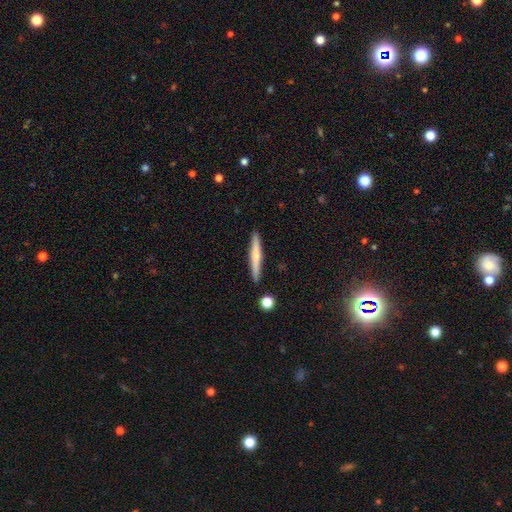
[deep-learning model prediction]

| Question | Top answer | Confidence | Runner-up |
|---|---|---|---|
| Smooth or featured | smooth | 54% | featured or disk (40%) |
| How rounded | cigar-shaped | 95% | in between (4%) |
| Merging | none | 89% | minor disturbance (7%) |